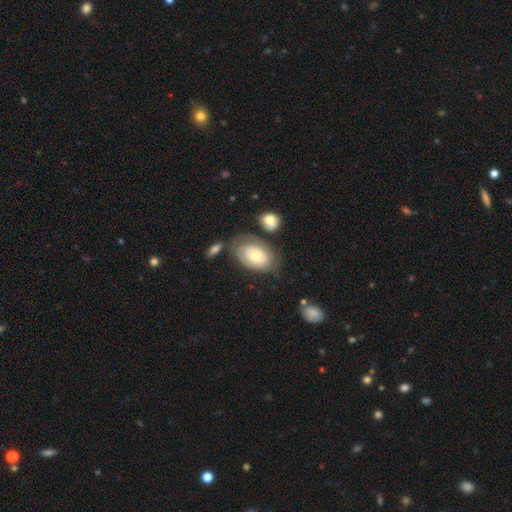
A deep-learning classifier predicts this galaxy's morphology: A featured or disk galaxy (48%). Merging: none (53%).